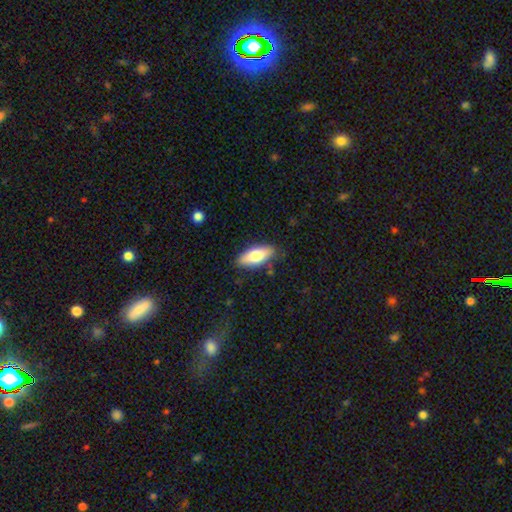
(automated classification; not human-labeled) Morphology: type=smooth (71%); roundness=in between (81%); merging=none (83%).